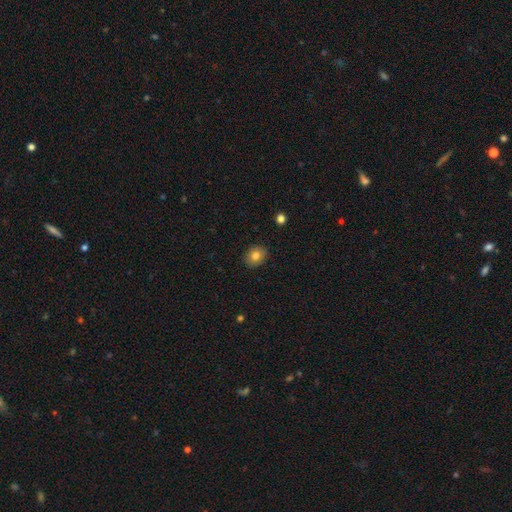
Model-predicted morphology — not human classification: type=smooth (81%); roundness=in between (50%); merging=none (89%).